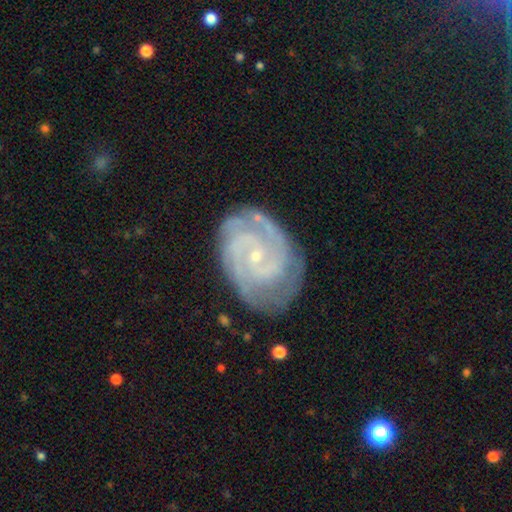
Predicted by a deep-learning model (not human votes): smooth-or-featured: featured or disk: 89% | smooth: 5% | star or artifact: 5%
  disk-edge-on: no: 97% | yes: 3%
    bar: no: 60% | weak: 31% | strong: 9%
    has-spiral-arms: yes: 98% | no: 2%
      spiral-winding: tight: 64% | medium: 31% | loose: 5%
      spiral-arm-count: 2: 48% | 3: 21% | can't tell: 15% | 4: 8% | more than 4: 5% | 1: 5%
    bulge-size: small: 81% | moderate: 16% | none: 1% | large: 1% | dominant: 1%
  merging: none: 74% | minor disturbance: 19% | major disturbance: 5% | merger: 2%